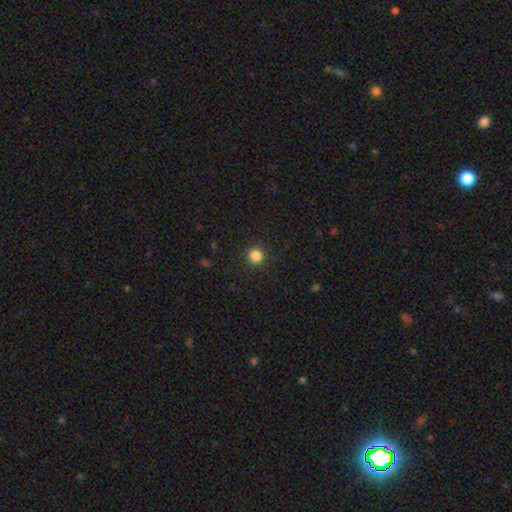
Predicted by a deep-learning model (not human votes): Smooth or featured? smooth (85%)
How rounded? round (91%)
Merging? none (91%)